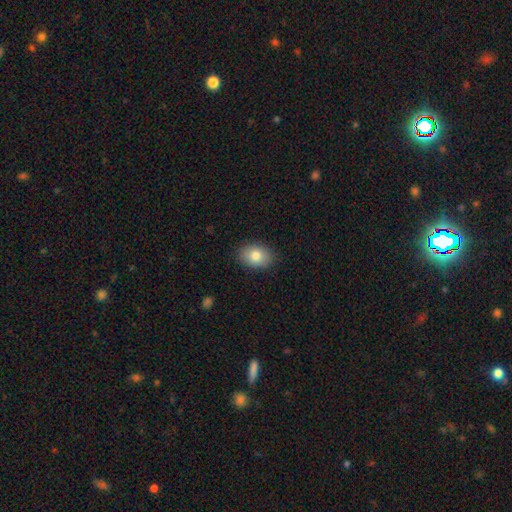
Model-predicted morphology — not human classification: This is clearly a smooth galaxy (82%). How rounded: likely in between (75%). Merging: clearly none (88%).